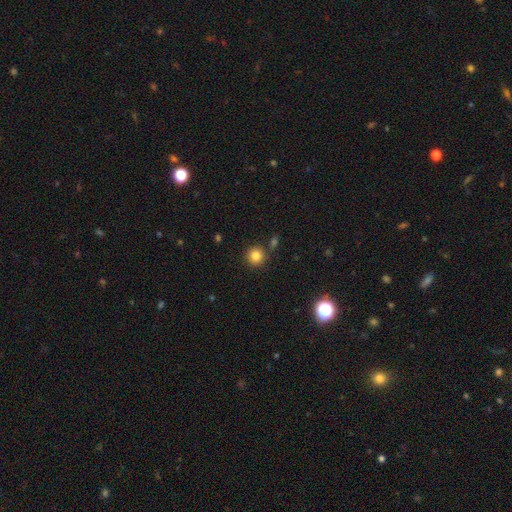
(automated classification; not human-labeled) Smooth or featured? smooth (83%)
How rounded? round (94%)
Merging? none (83%)